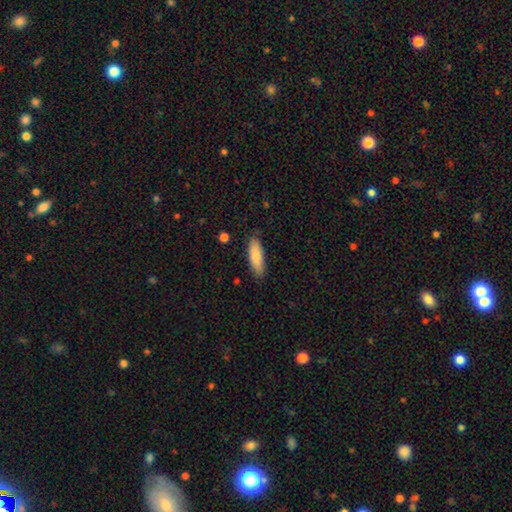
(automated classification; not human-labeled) Smooth or featured: smooth — 83% (featured or disk — 11%)
How rounded: in between — 56% (cigar-shaped — 43%)
Merging: none — 85% (minor disturbance — 12%)